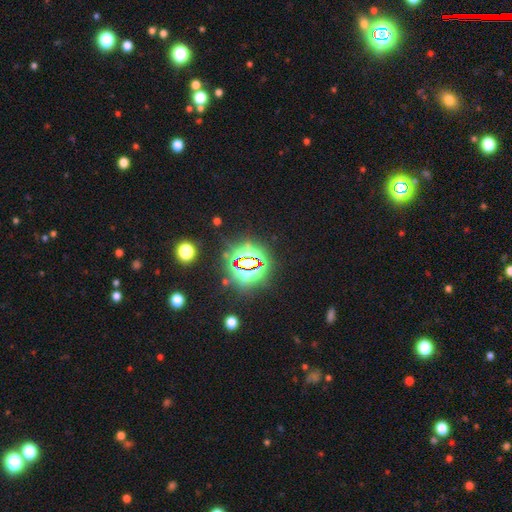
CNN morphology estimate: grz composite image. It shows a star or artifact, not a galaxy (82%).